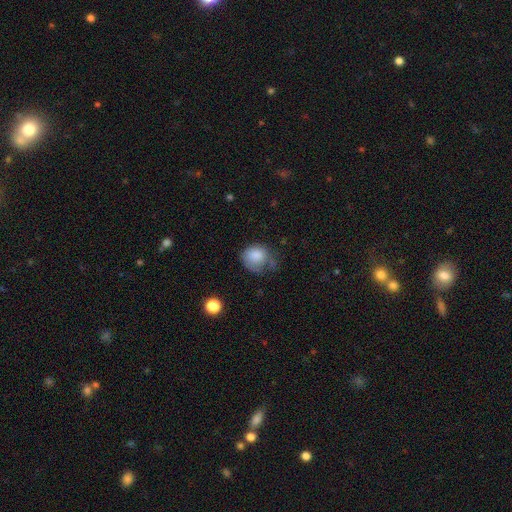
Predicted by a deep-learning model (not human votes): A smooth galaxy with no disk features (82%) that is round (72%). Merging: none (38%).